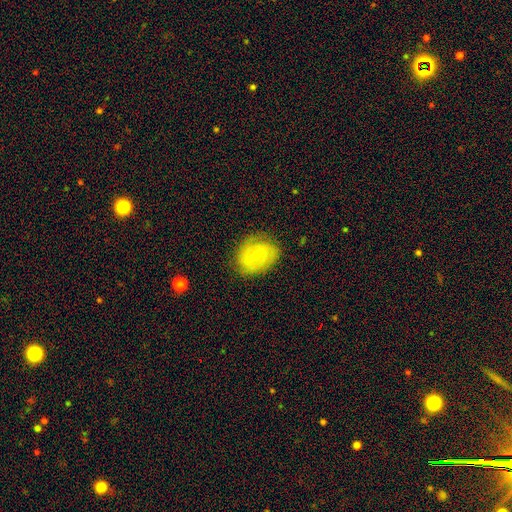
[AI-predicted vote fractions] A featured or disk galaxy (51%).

Vote fractions:
- Smooth or featured? featured or disk: 51% / smooth: 42% / star or artifact: 7%
- Edge-on disk? no: 96% / yes: 4%
- Merging? none: 75% / minor disturbance: 18% / major disturbance: 6% / merger: 1%